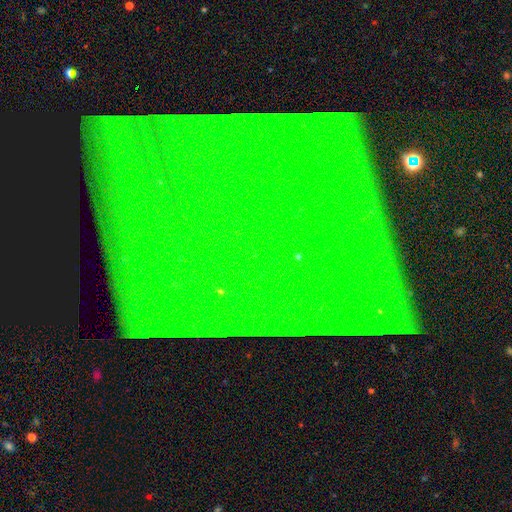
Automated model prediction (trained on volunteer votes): Smooth or featured? Predicted: star or artifact (p=0.85).